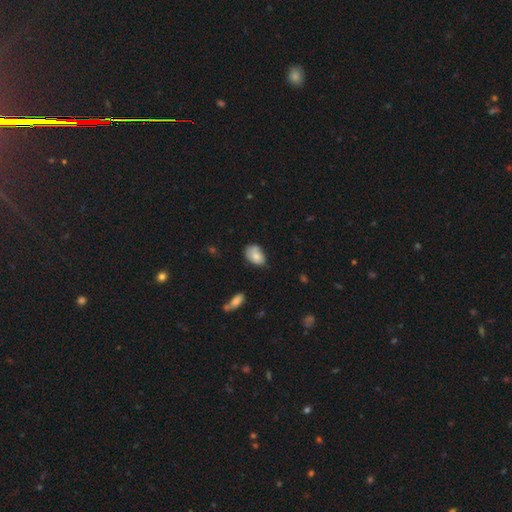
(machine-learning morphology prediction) Smooth or featured: smooth — 72% (featured or disk — 20%)
How rounded: in between — 86% (round — 13%)
Merging: none — 47% (minor disturbance — 39%)